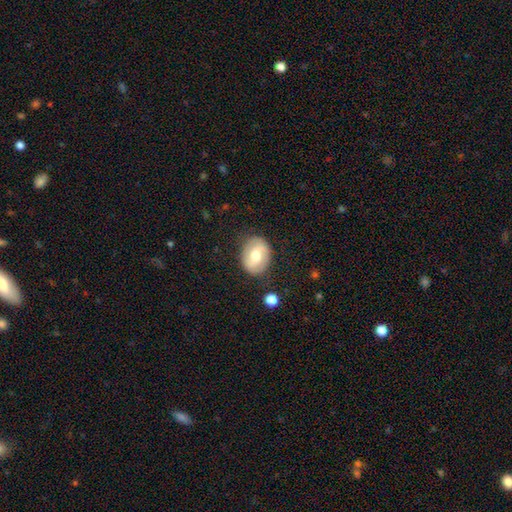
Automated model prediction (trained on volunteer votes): Q: Smooth or featured?
A: smooth (48%); runner-up: featured or disk (45%)
Q: Merging?
A: none (80%); runner-up: minor disturbance (14%)